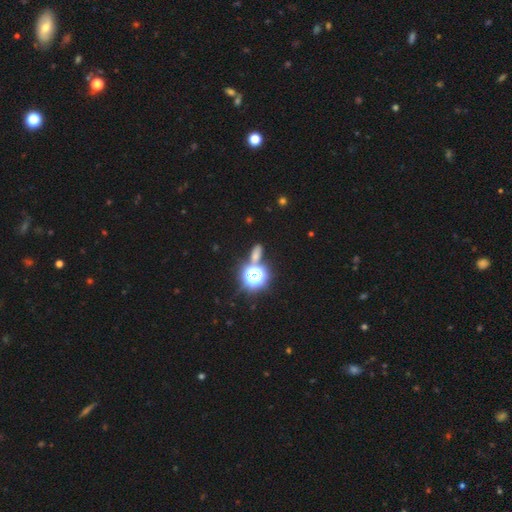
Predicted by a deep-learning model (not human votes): smooth-or-featured: smooth: 52% | star or artifact: 39% | featured or disk: 9%
  how-rounded: in between: 56% | round: 35% | cigar-shaped: 8%
  merging: none: 70% | merger: 15% | minor disturbance: 10% | major disturbance: 5%